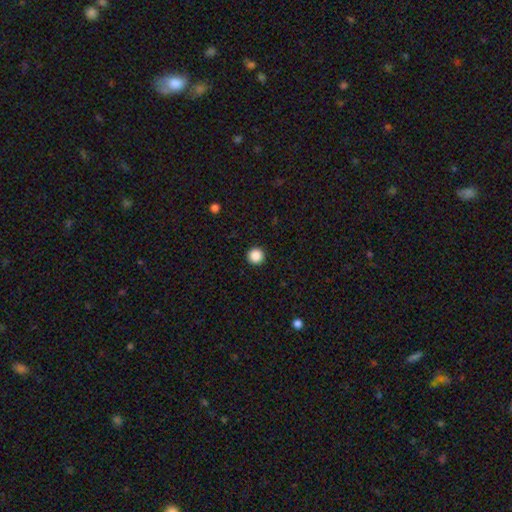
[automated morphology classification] The model was most divided on "smooth or featured": smooth: 88%, star or artifact: 10%, featured or disk: 3%. More confident: how rounded — round (97%); merging — none (94%).